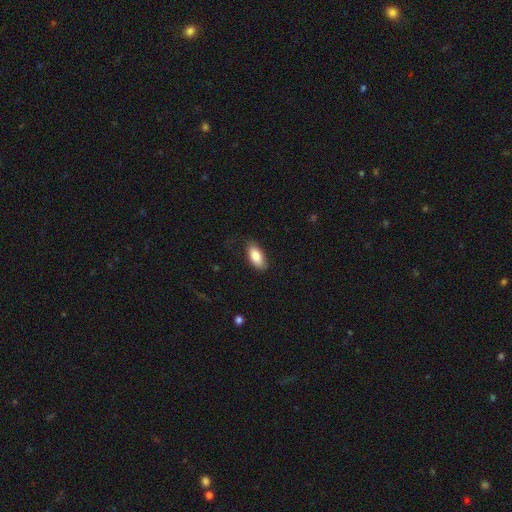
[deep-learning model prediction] This is clearly a smooth galaxy (85%). How rounded: clearly in between (91%). Merging: likely none (75%).